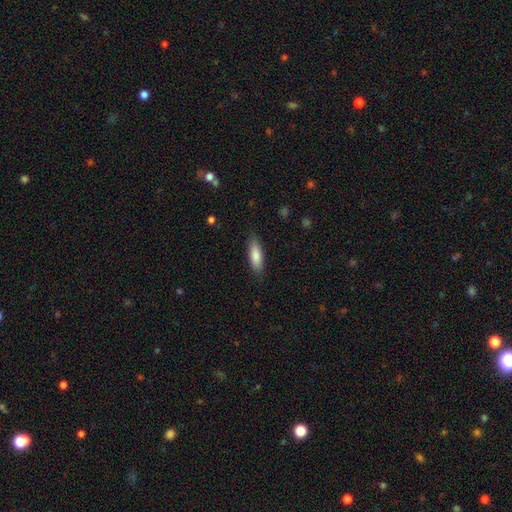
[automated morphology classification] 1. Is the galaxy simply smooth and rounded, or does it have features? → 82% smooth, 12% featured or disk, 6% star or artifact.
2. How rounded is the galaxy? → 52% in between, 47% cigar-shaped, 2% round.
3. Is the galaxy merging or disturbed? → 85% none, 11% minor disturbance, 2% major disturbance, 1% merger.